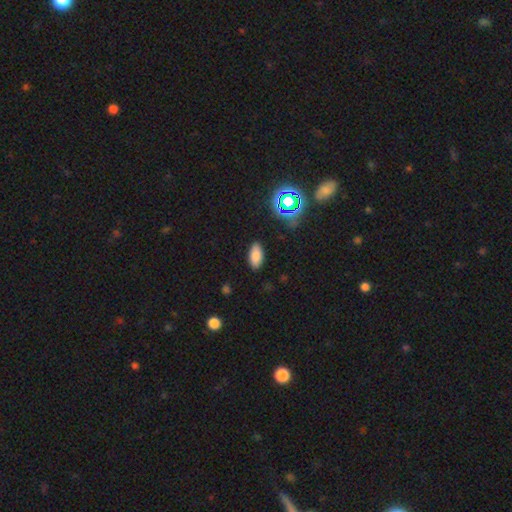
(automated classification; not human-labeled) This appears to be a smooth galaxy with no disk features (79%) that is in between round and cigar-shaped (92%). Merging: none (87%).